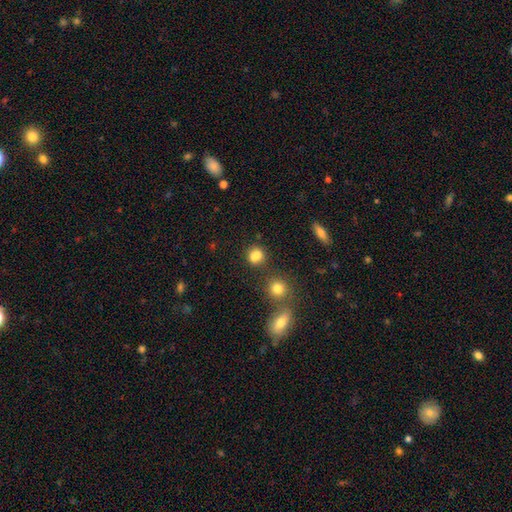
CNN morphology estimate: Smooth or featured?
  - smooth: 77% *
  - star or artifact: 13%
  - featured or disk: 10%
How rounded?
  - round: 73% *
  - in between: 26%
  - cigar-shaped: 1%
Merging?
  - none: 48% *
  - merger: 36%
  - minor disturbance: 11%
  - major disturbance: 5%